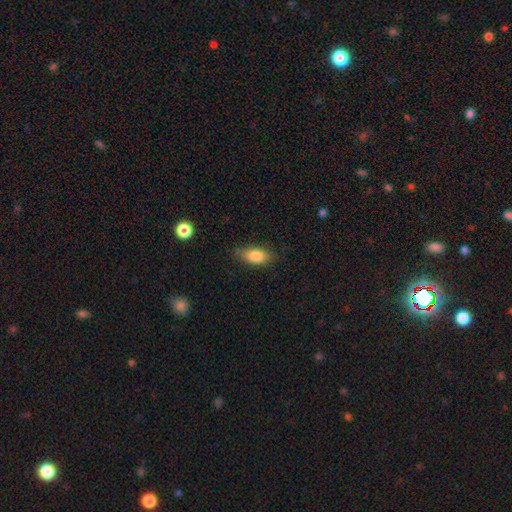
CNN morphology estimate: smooth-or-featured: smooth: 83% | featured or disk: 9% | star or artifact: 7%
  how-rounded: in between: 87% | cigar-shaped: 8% | round: 5%
  merging: none: 72% | minor disturbance: 22% | major disturbance: 5% | merger: 1%